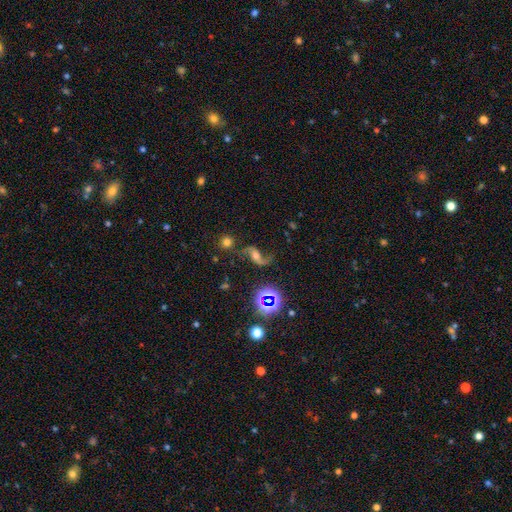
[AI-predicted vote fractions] A star or artifact, not a galaxy (49%).

Vote fractions:
- Smooth or featured? star or artifact: 49% / smooth: 29% / featured or disk: 22%